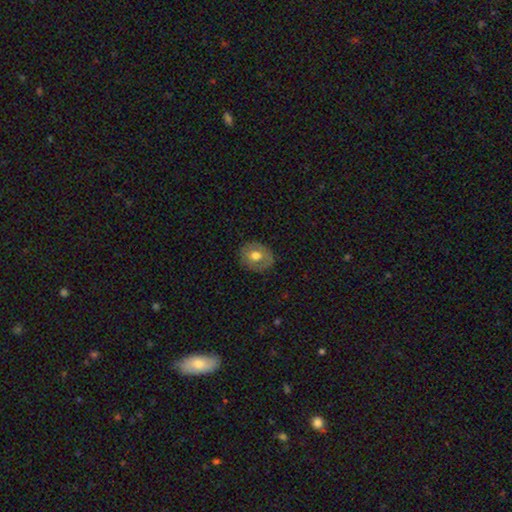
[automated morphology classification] type=smooth (59%); roundness=round (71%); merging=none (81%).